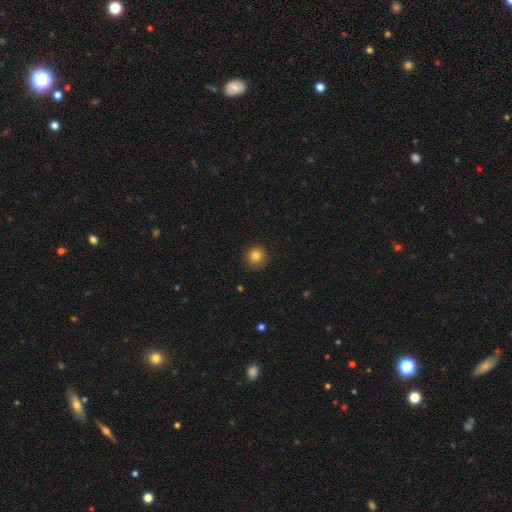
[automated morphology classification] Smooth or featured? smooth (83%)
How rounded? round (93%)
Merging? none (89%)